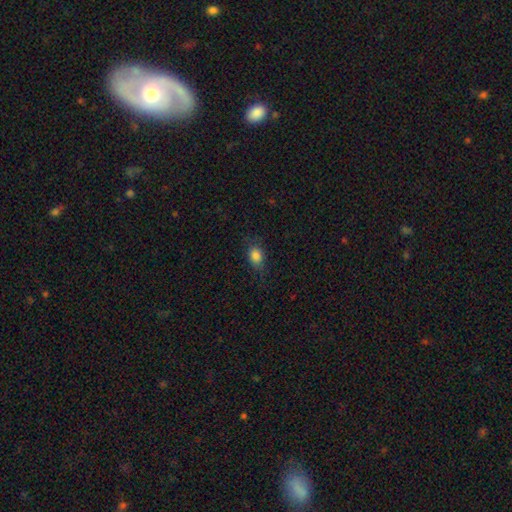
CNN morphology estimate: smooth-or-featured: smooth: 83% | star or artifact: 10% | featured or disk: 7%
  how-rounded: in between: 69% | round: 29% | cigar-shaped: 3%
  merging: none: 72% | minor disturbance: 20% | major disturbance: 7% | merger: 1%